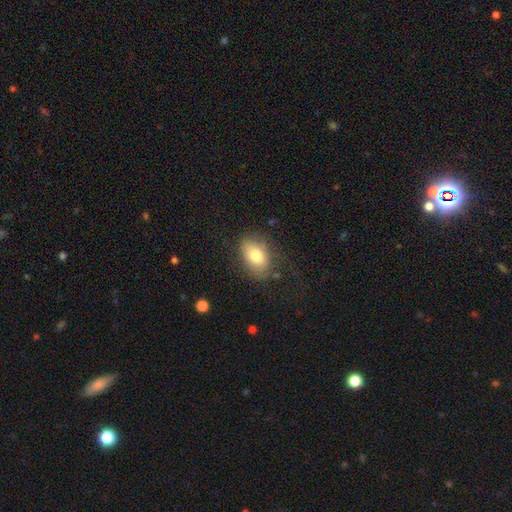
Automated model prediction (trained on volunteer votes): Morphology: type=smooth (77%); roundness=in between (87%); merging=none (73%).